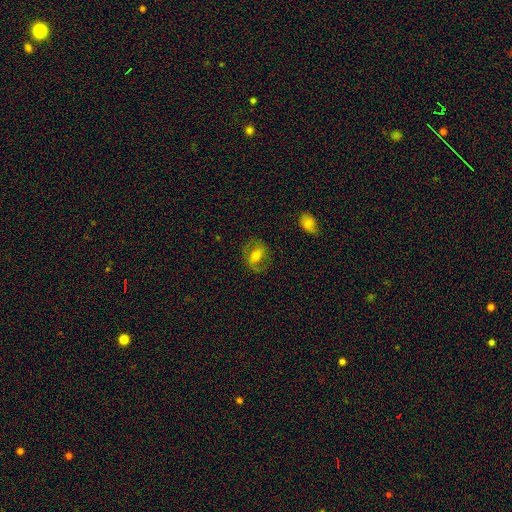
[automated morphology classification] featured or disk 49%, smooth 42%, star or artifact 9%. Down the decision tree: merging — none (73%).